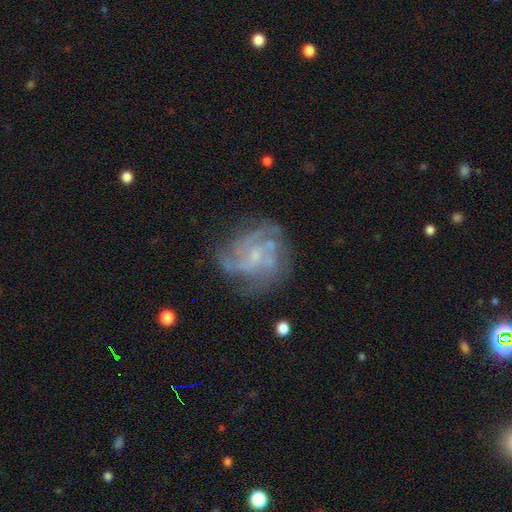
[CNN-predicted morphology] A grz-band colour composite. It shows a featured or disk galaxy (80%) with no bar (63%), 3 (27%, tied with can't tell) medium (43%) spiral arms (90%) and a small central bulge (66%). Merging: none (65%).